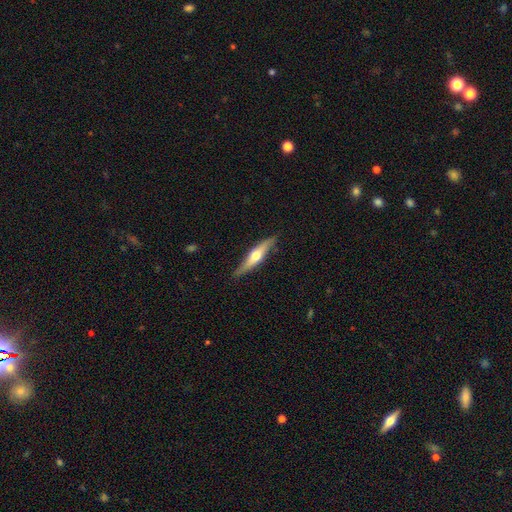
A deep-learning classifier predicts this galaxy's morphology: smooth_or_featured: featured or disk (p=0.59) [alt: smooth p=0.35]
disk_edge_on: yes (p=0.92) [alt: no p=0.08]
edge_on_bulge: rounded (p=0.93) [alt: none p=0.04]
merging: none (p=0.84) [alt: minor disturbance p=0.13]